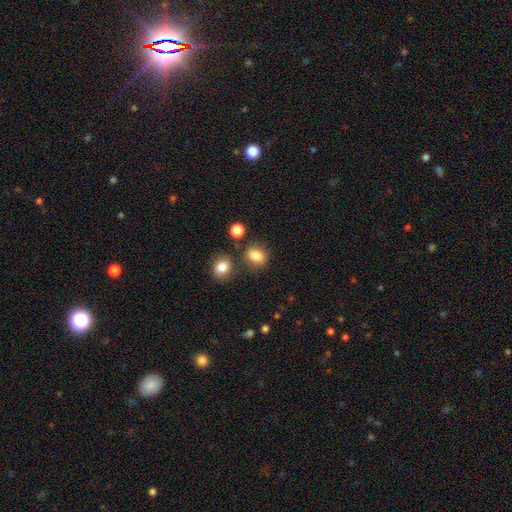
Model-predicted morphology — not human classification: Smooth or featured? smooth (83%)
How rounded? round (49%, tied with in between)
Merging? none (72%)